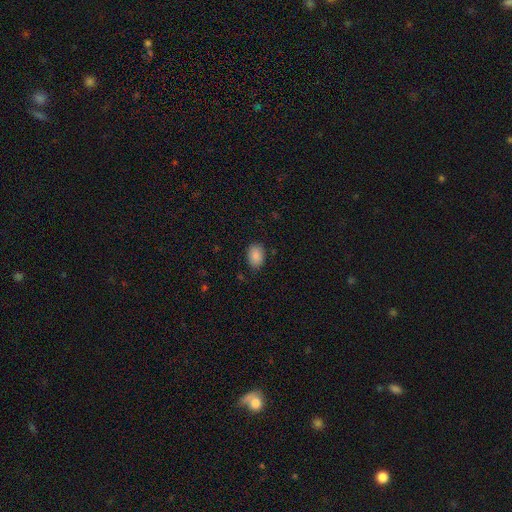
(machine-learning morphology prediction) smooth-or-featured: smooth: 87% | star or artifact: 8% | featured or disk: 5%
  how-rounded: in between: 81% | round: 18% | cigar-shaped: 1%
  merging: none: 83% | minor disturbance: 13% | major disturbance: 3% | merger: 1%